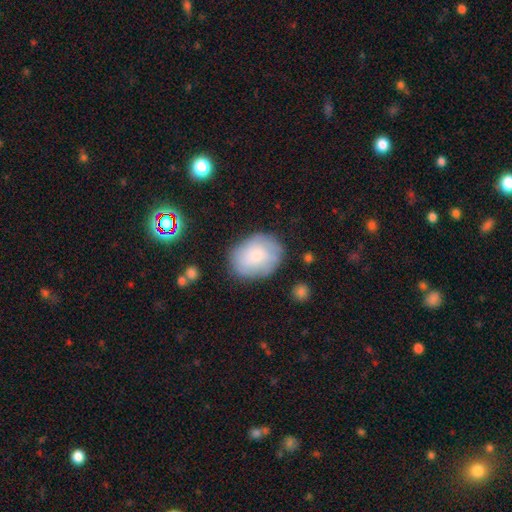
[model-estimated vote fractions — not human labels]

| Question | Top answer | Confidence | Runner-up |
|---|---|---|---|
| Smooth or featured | smooth | 65% | featured or disk (27%) |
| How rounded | in between | 62% | round (37%) |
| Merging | none | 75% | minor disturbance (18%) |